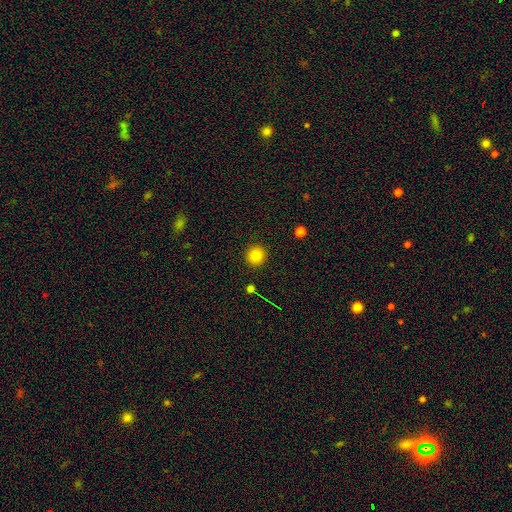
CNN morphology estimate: This is clearly a smooth galaxy (81%). How rounded: clearly round (92%). Merging: clearly none (92%).